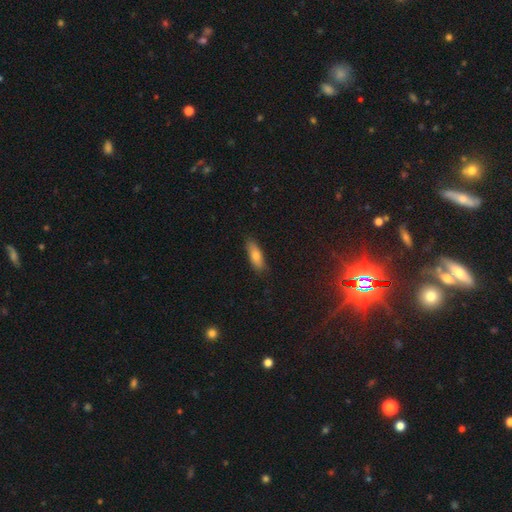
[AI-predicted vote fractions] A smooth galaxy with no disk features (78%) that is in between round and cigar-shaped (62%). Merging: none (84%).